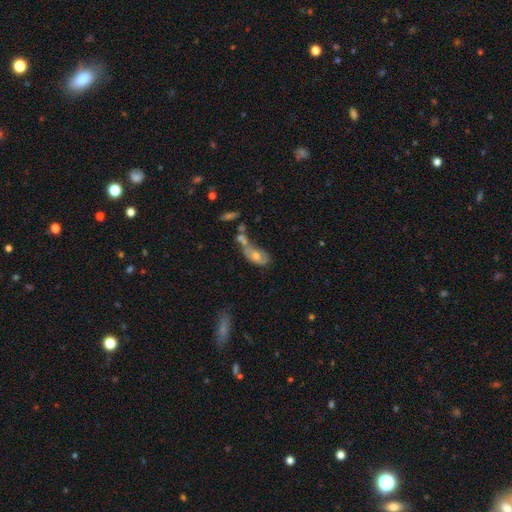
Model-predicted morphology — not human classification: Q: Smooth or featured?
A: smooth (46%); runner-up: featured or disk (44%)
Q: Merging?
A: merger (37%); runner-up: none (26%)